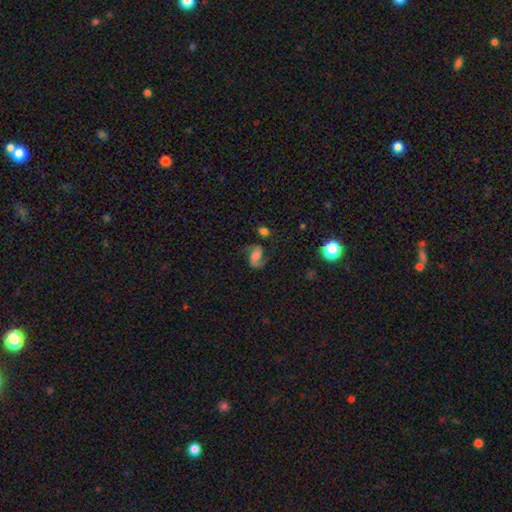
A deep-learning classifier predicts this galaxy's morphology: Q: Smooth or featured?
A: featured or disk (70%); runner-up: smooth (20%)
Q: Edge-on disk?
A: no (98%); runner-up: yes (2%)
Q: Bar?
A: no (54%); runner-up: weak (35%)
Q: Spiral arms?
A: yes (93%); runner-up: no (7%)
Q: Spiral winding?
A: loose (45%); runner-up: medium (43%)
Q: Spiral arm count?
A: 2 (72%); runner-up: 1 (22%)
Q: Bulge size?
A: moderate (33%); runner-up: small (25%)
Q: Merging?
A: none (55%); runner-up: major disturbance (20%)